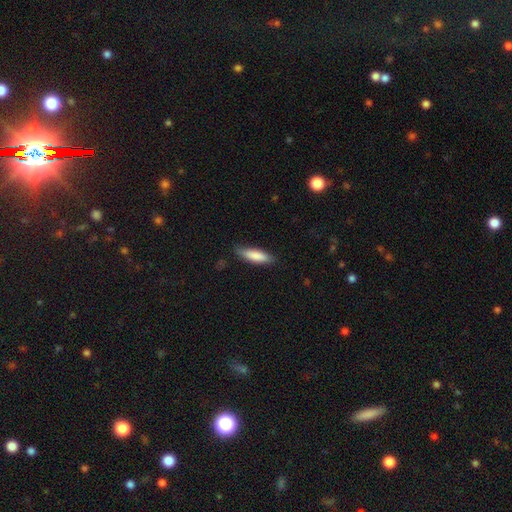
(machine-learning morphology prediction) Smooth or featured? smooth (84%)
How rounded? cigar-shaped (59%)
Merging? none (77%)